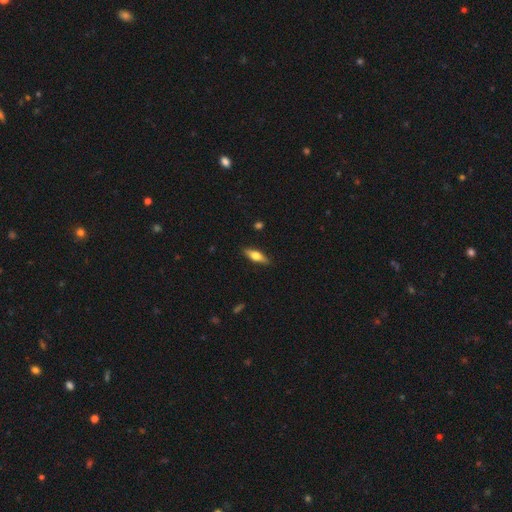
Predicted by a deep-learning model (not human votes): Overall: smooth (50%; featured or disk 43%). How rounded: in between (50%; cigar-shaped 46%). Merging: none (88%).